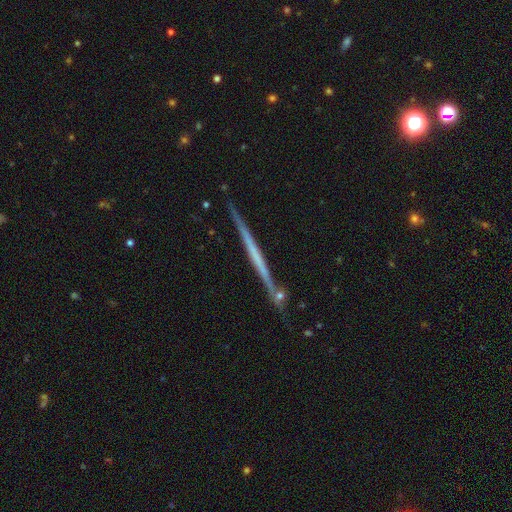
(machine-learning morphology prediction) A featured or disk galaxy (67%) viewed edge-on (98%) with no central bulge (88%).

Vote fractions:
- Smooth or featured? featured or disk: 67% / smooth: 27% / star or artifact: 6%
- Edge-on disk? yes: 98% / no: 2%
- Edge-on bulge? none: 88% / rounded: 7% / boxy: 5%
- Merging? none: 87% / minor disturbance: 8% / merger: 4% / major disturbance: 2%